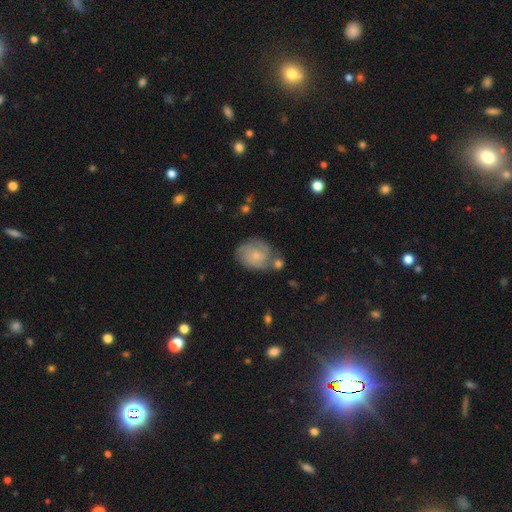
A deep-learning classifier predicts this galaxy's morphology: A smooth galaxy with no disk features (47%).

Vote fractions:
- Smooth or featured? smooth: 47% / featured or disk: 45% / star or artifact: 8%
- Merging? none: 54% / minor disturbance: 23% / merger: 14% / major disturbance: 8%